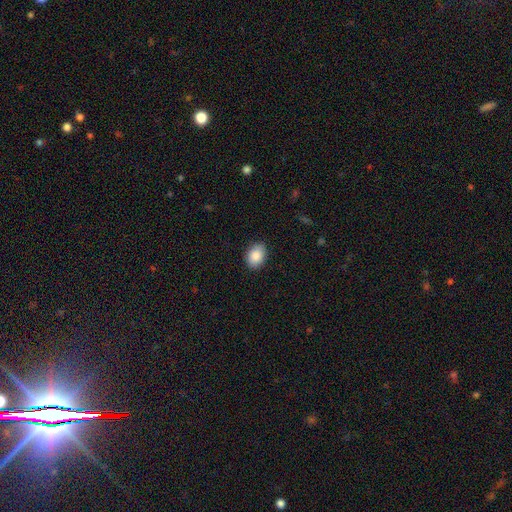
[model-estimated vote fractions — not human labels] Overall: smooth (87%). How rounded: in between (76%). Merging: none (89%).